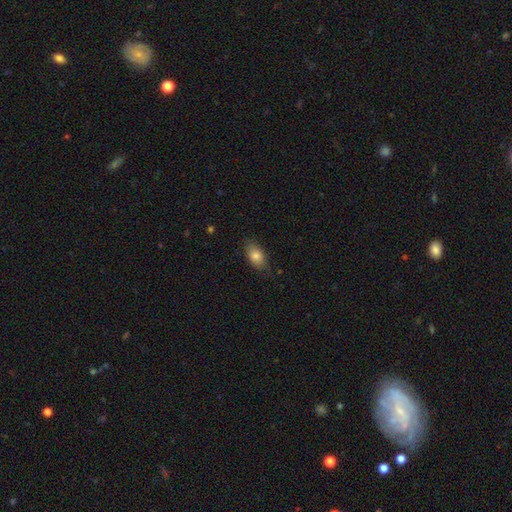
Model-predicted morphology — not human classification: Overall: smooth (81%). How rounded: in between (88%). Merging: none (76%).